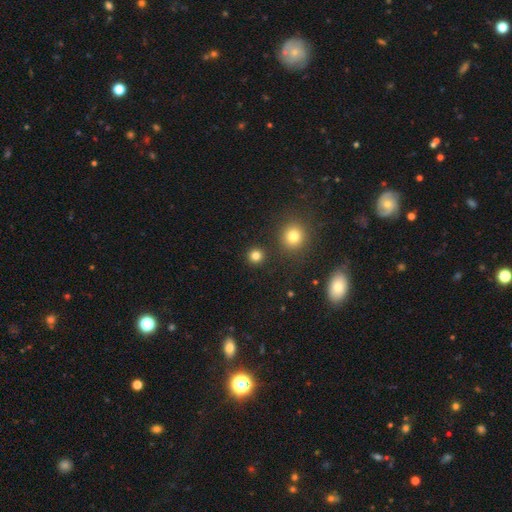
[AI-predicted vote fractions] A smooth galaxy with no disk features (81%) that is round (94%). Merging: none (90%).